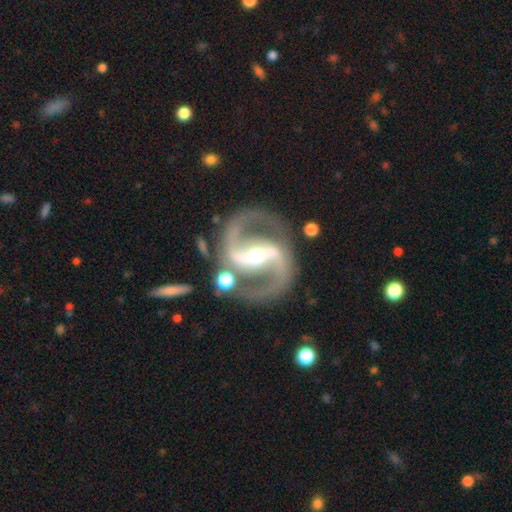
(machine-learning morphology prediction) Q: Smooth or featured?
A: featured or disk (93%); runner-up: star or artifact (5%)
Q: Edge-on disk?
A: no (97%); runner-up: yes (3%)
Q: Bar?
A: strong (73%); runner-up: weak (19%)
Q: Spiral arms?
A: yes (98%); runner-up: no (2%)
Q: Spiral winding?
A: medium (65%); runner-up: tight (20%)
Q: Spiral arm count?
A: 2 (94%); runner-up: 3 (1%)
Q: Bulge size?
A: small (48%); runner-up: moderate (47%)
Q: Merging?
A: none (83%); runner-up: minor disturbance (10%)